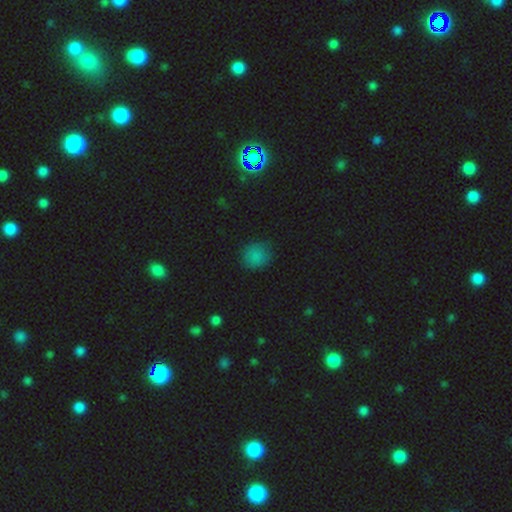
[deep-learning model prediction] Smooth or featured? smooth (80%)
How rounded? round (81%)
Merging? none (76%)